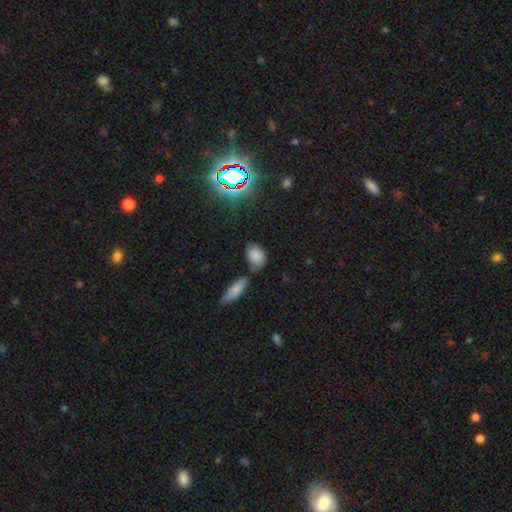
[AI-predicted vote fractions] This is clearly a smooth galaxy (80%). How rounded: clearly in between (80%). Merging: likely none (64%).